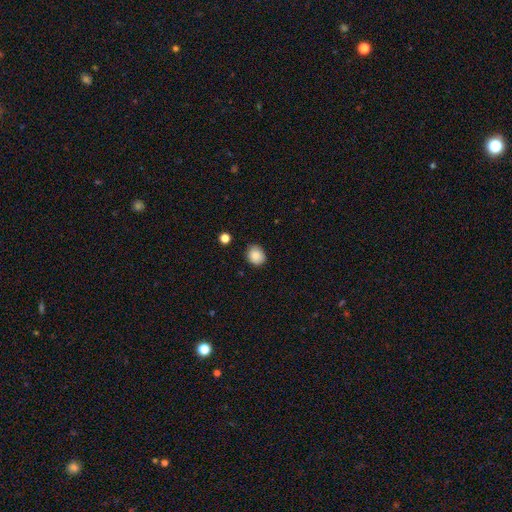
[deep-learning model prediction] Morphology: type=smooth (86%); roundness=round (68%); merging=none (84%).